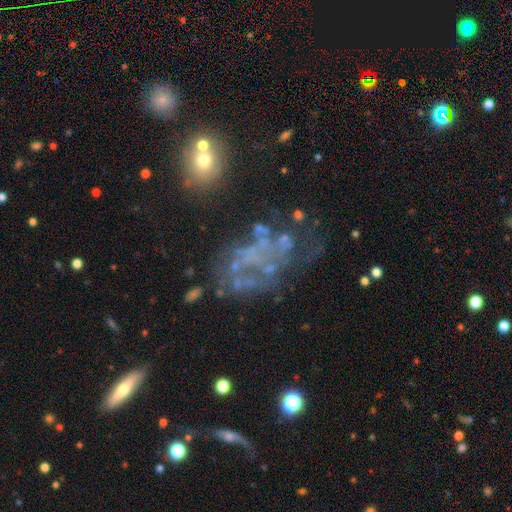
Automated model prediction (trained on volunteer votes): featured or disk 61%, star or artifact 21%, smooth 18%. Down the decision tree: edge-on disk — no (96%); bar — no (90%); spiral arms — no (79%); bulge size — none (81%); merging — none (40%).